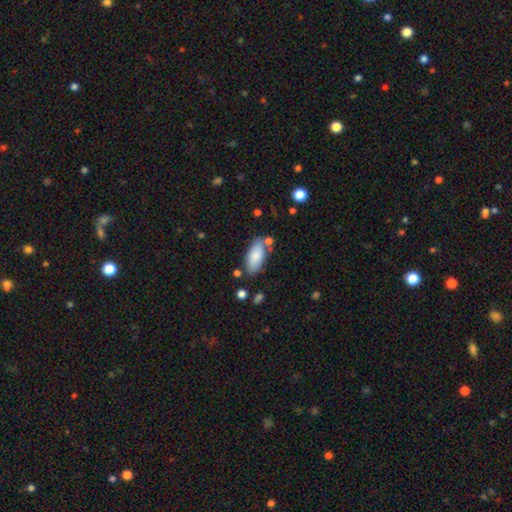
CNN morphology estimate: A smooth galaxy with no disk features (83%) that is in between round and cigar-shaped (86%). Merging: none (69%).